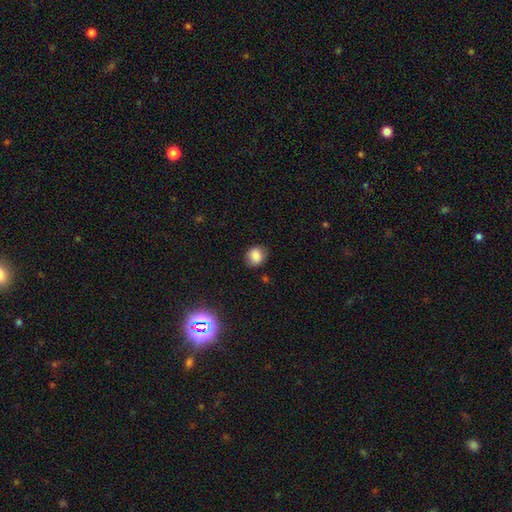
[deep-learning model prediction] Smooth or featured?
  - smooth: 83% *
  - star or artifact: 10%
  - featured or disk: 7%
How rounded?
  - round: 66% *
  - in between: 33%
  - cigar-shaped: 1%
Merging?
  - none: 79% *
  - minor disturbance: 16%
  - major disturbance: 4%
  - merger: 2%